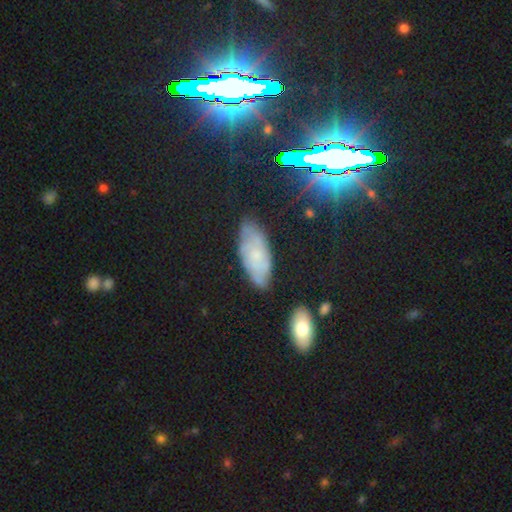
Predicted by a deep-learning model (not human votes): smooth_or_featured: featured or disk (p=0.45) [alt: smooth p=0.39]
merging: none (p=0.76) [alt: minor disturbance p=0.18]